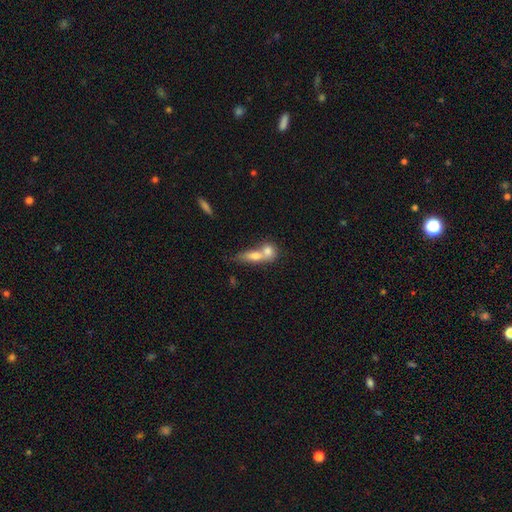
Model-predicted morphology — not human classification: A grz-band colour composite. It shows a smooth galaxy with no disk features (68%) that is in between round and cigar-shaped (51%). Merging: merger (69%).